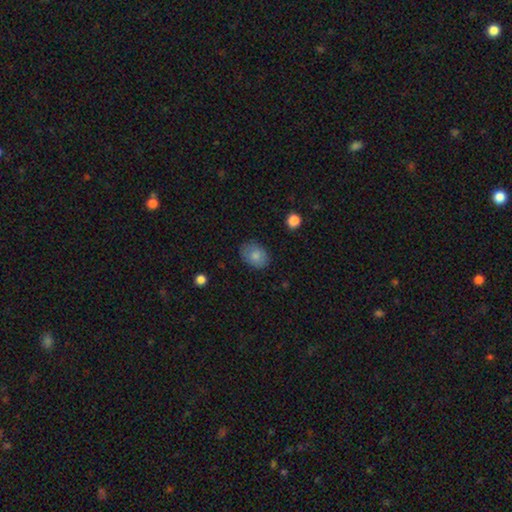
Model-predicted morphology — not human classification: smooth-or-featured: smooth: 81% | featured or disk: 12% | star or artifact: 8%
  how-rounded: in between: 69% | round: 30% | cigar-shaped: 1%
  merging: none: 79% | minor disturbance: 16% | major disturbance: 4% | merger: 1%